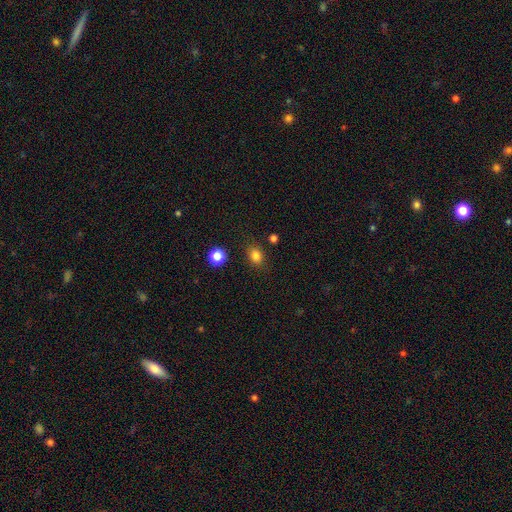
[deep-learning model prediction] A smooth galaxy with no disk features (82%) that is in between round and cigar-shaped (54%). Merging: none (83%).